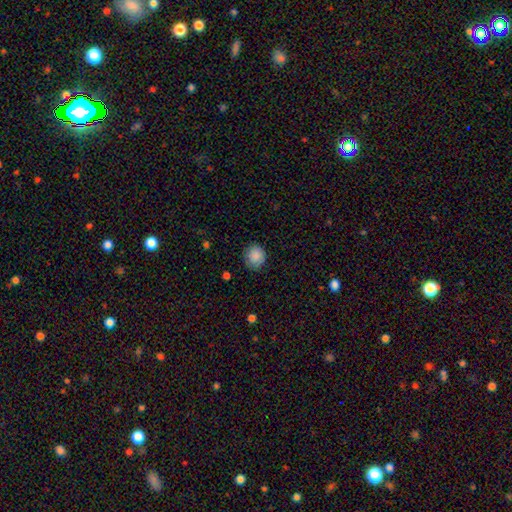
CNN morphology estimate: This is clearly a smooth galaxy (87%). How rounded: clearly round (81%). Merging: clearly none (81%).